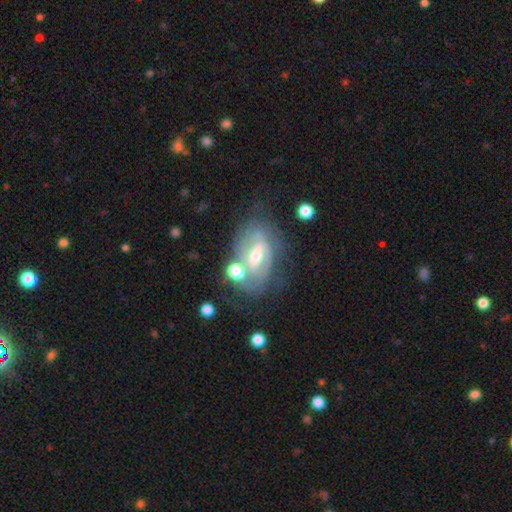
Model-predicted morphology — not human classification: This appears to be a featured or disk galaxy (81%) with a weak bar (42%), 2 (52%) tight (53%) spiral arms (84%) and a moderate central bulge (57%). Merging: none (57%).